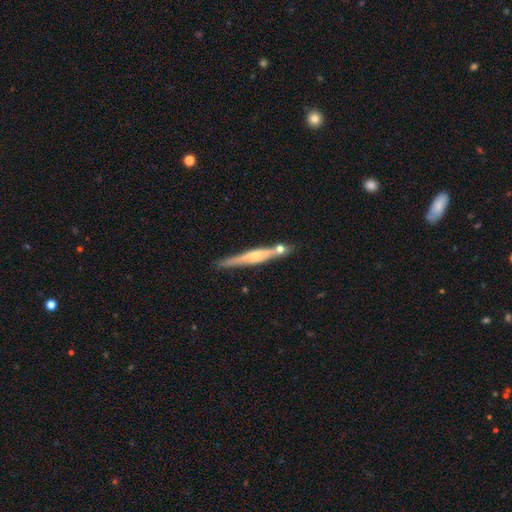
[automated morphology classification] smooth-or-featured: featured or disk: 68% | smooth: 25% | star or artifact: 6%
  disk-edge-on: yes: 96% | no: 4%
    edge-on-bulge: rounded: 75% | none: 14% | boxy: 11%
  merging: none: 75% | merger: 11% | minor disturbance: 11% | major disturbance: 2%